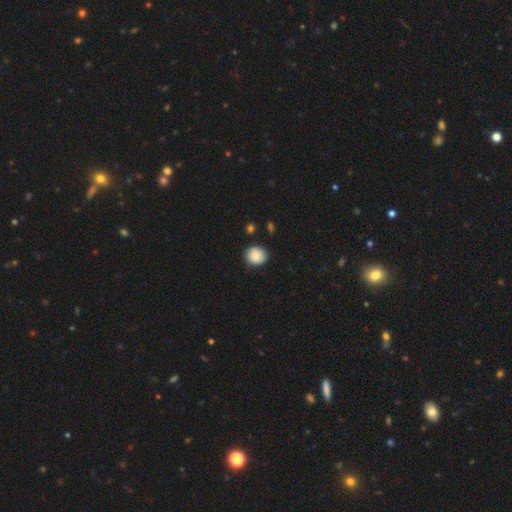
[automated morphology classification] smooth_or_featured: smooth (p=0.78) [alt: featured or disk p=0.14]
how_rounded: round (p=0.73) [alt: in between p=0.26]
merging: none (p=0.77) [alt: minor disturbance p=0.18]